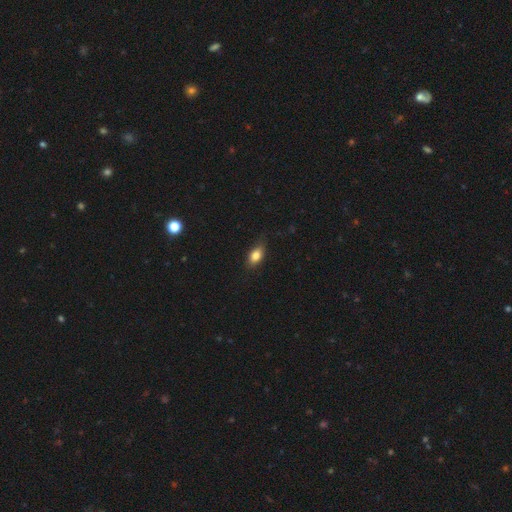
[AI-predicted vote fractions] Overall: smooth (81%). How rounded: in between (82%). Merging: none (78%).